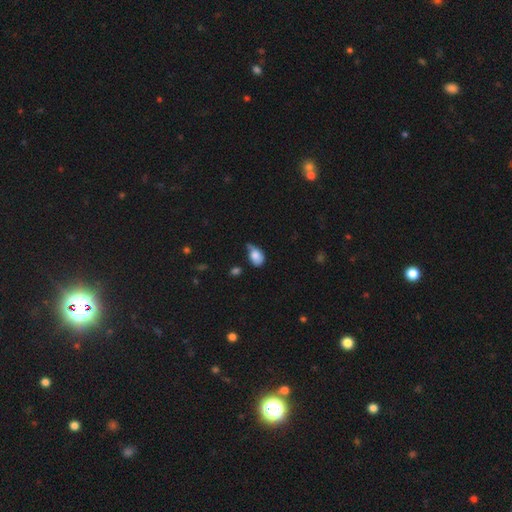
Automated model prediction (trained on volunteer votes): Smooth or featured: smooth — 77% (featured or disk — 14%)
How rounded: in between — 80% (round — 18%)
Merging: minor disturbance — 43% (none — 28%)